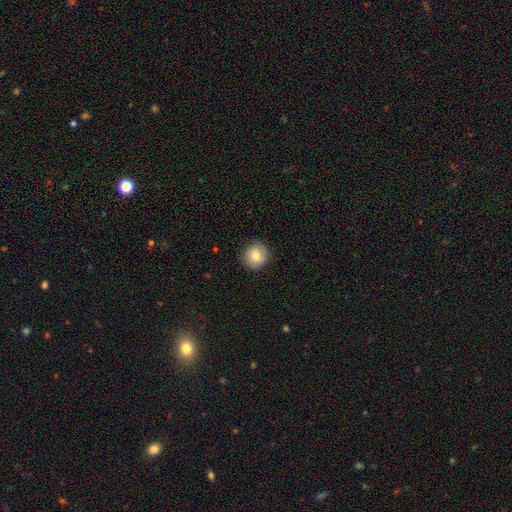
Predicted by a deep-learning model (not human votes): Morphology: type=smooth (76%); roundness=round (86%); merging=none (85%).